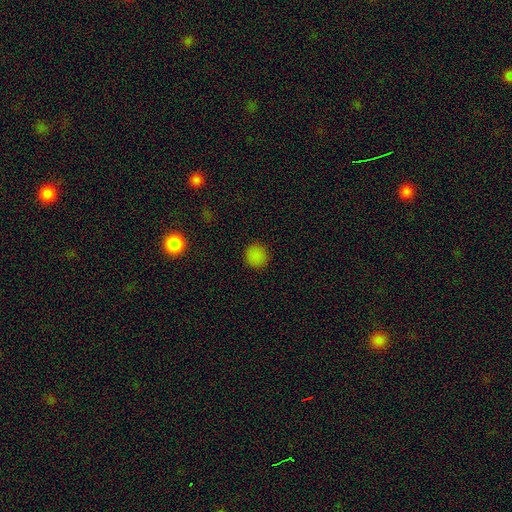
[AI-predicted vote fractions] The model was most divided on "smooth or featured": smooth: 84%, star or artifact: 13%, featured or disk: 3%. More confident: how rounded — round (93%); merging — none (91%).